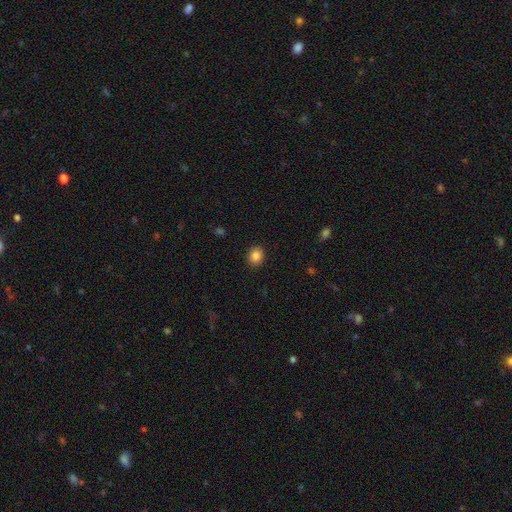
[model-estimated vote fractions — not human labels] Q: Smooth or featured?
A: smooth (86%); runner-up: star or artifact (10%)
Q: How rounded?
A: round (64%); runner-up: in between (35%)
Q: Merging?
A: none (90%); runner-up: minor disturbance (7%)